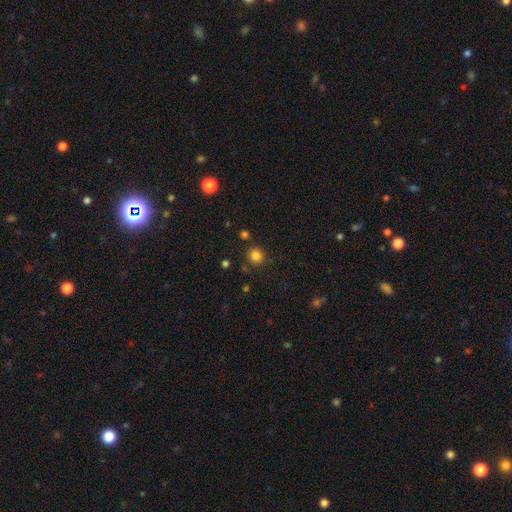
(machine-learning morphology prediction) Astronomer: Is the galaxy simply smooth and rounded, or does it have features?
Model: smooth — 83%.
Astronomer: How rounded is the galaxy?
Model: round — 91%.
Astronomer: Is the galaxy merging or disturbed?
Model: none — 86%.